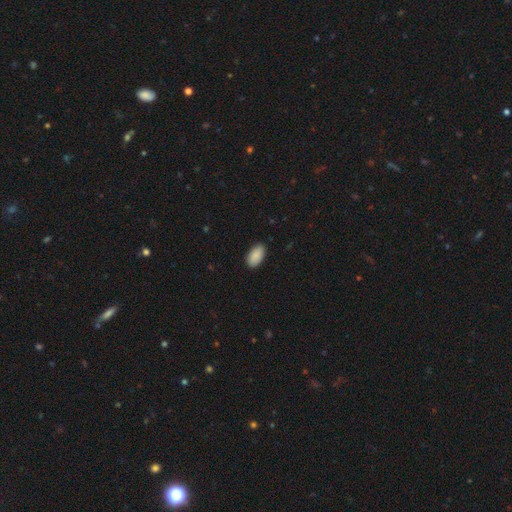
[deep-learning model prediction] Smooth or featured?
  - smooth: 90% *
  - star or artifact: 6%
  - featured or disk: 3%
How rounded?
  - in between: 95% *
  - round: 3%
  - cigar-shaped: 2%
Merging?
  - none: 87% *
  - minor disturbance: 10%
  - major disturbance: 2%
  - merger: 1%